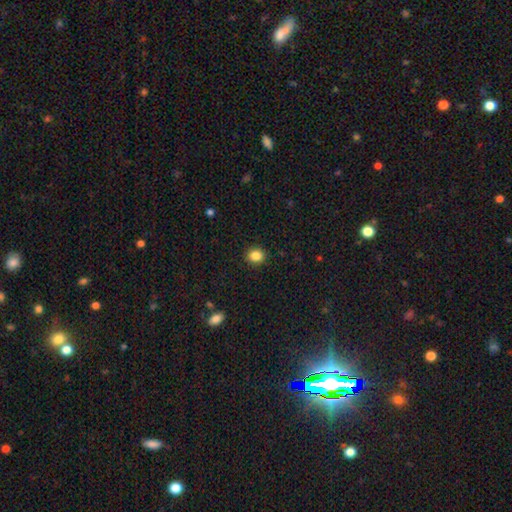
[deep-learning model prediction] Smooth or featured? Predicted: smooth (p=0.86). How rounded? Predicted: round (p=0.73). Merging? Predicted: none (p=0.91).